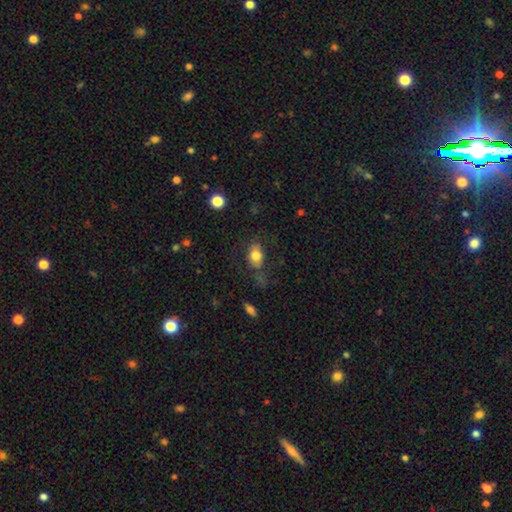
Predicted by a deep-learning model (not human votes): smooth 78%, featured or disk 13%, star or artifact 9%. Down the decision tree: how rounded — in between (81%); merging — none (63%).